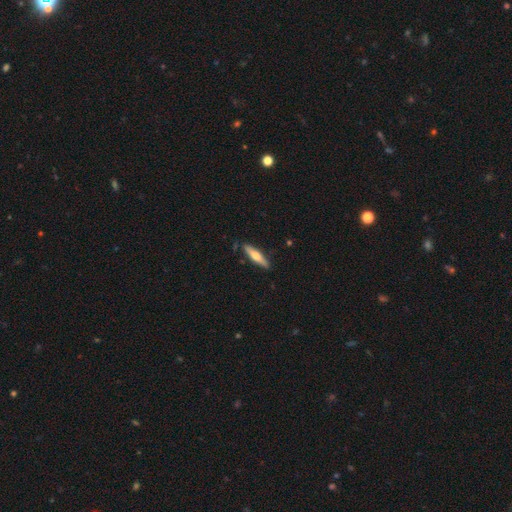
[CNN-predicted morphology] Smooth or featured? smooth (50%)
Merging? none (87%)